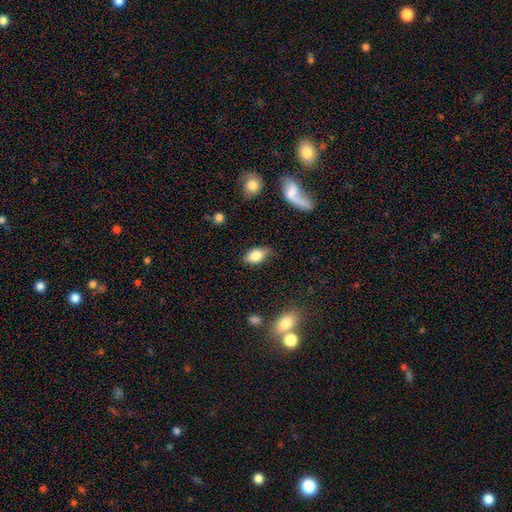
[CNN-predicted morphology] A smooth galaxy with no disk features (77%) that is in between round and cigar-shaped (88%).

Vote fractions:
- Smooth or featured? smooth: 77% / featured or disk: 16% / star or artifact: 8%
- How rounded? in between: 88% / round: 8% / cigar-shaped: 4%
- Merging? none: 68% / minor disturbance: 24% / major disturbance: 6% / merger: 3%